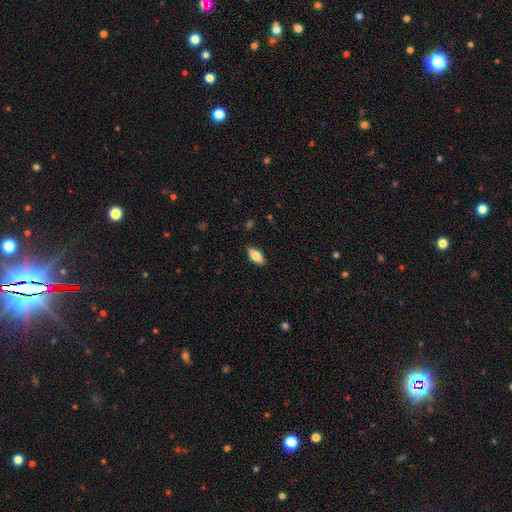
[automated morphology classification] Overall: smooth (79%). How rounded: in between (88%). Merging: none (87%).